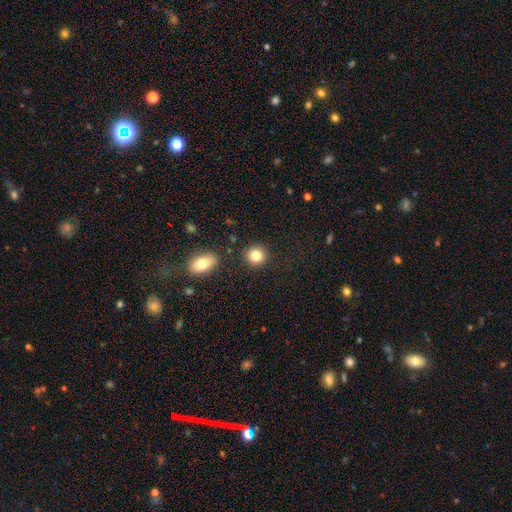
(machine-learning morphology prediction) Smooth or featured? Predicted: smooth (p=0.84). How rounded? Predicted: round (p=0.87). Merging? Predicted: none (p=0.87).